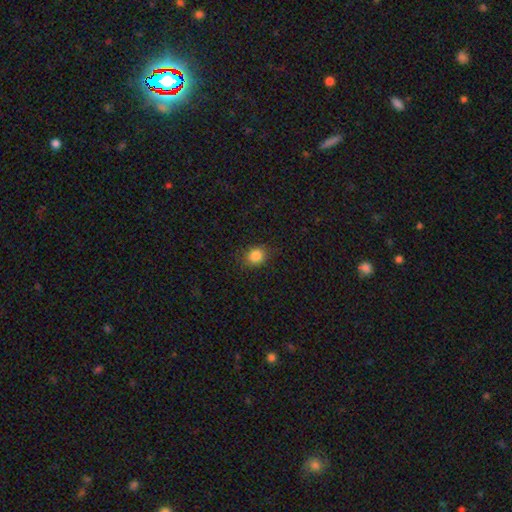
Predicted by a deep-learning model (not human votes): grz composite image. It shows a smooth galaxy with no disk features (84%) that is round (70%). Merging: none (86%).